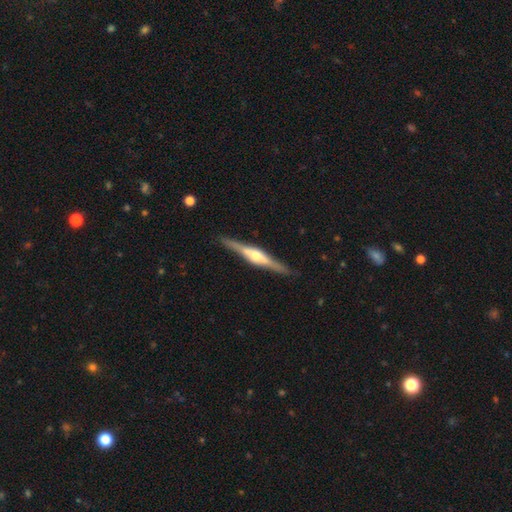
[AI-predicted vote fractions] Smooth or featured? Predicted: featured or disk (p=0.79). Edge-on disk? Predicted: yes (p=0.98). Edge-on bulge? Predicted: rounded (p=0.85). Merging? Predicted: none (p=0.90).